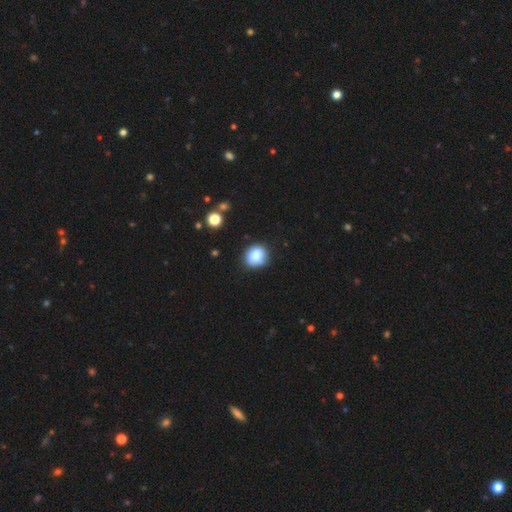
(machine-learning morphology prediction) This is clearly a smooth galaxy (85%). How rounded: likely round (73%). Merging: likely none (79%).